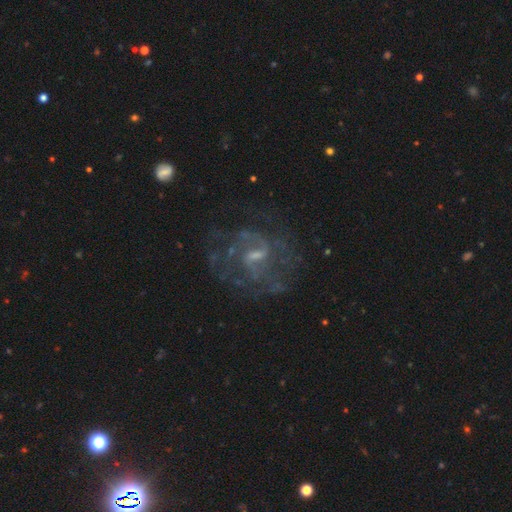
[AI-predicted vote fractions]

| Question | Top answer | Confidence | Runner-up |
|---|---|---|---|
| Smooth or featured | featured or disk | 81% | star or artifact (10%) |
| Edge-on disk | no | 97% | yes (3%) |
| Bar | weak | 60% | no (21%) |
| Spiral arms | yes | 85% | no (15%) |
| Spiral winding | medium | 46% | loose (30%) |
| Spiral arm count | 2 | 42% | can't tell (32%) |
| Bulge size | small | 50% | moderate (31%) |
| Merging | none | 60% | major disturbance (20%) |